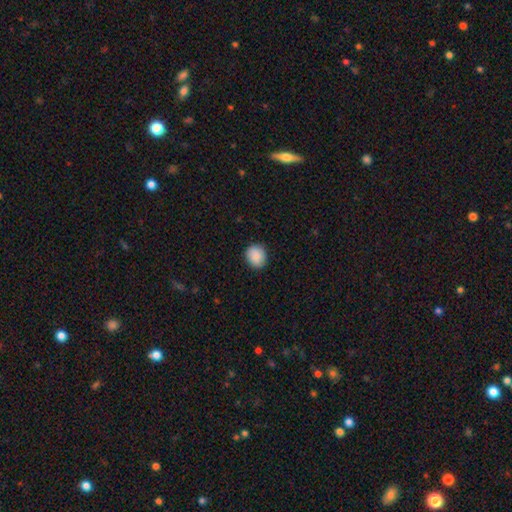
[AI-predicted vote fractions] A smooth galaxy with no disk features (90%) that is round (69%). Merging: none (87%).